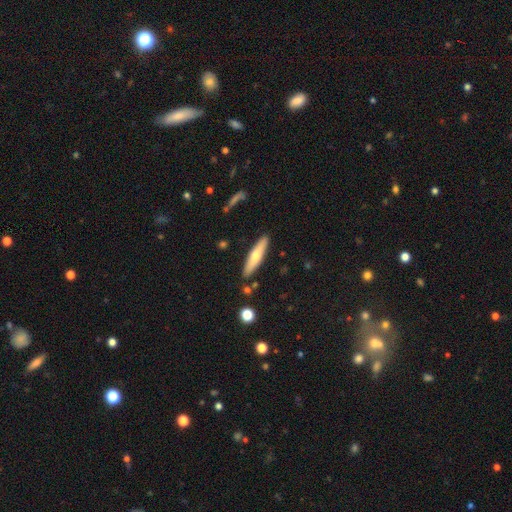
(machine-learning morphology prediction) Smooth or featured: smooth — 56% (featured or disk — 39%)
How rounded: cigar-shaped — 78% (in between — 20%)
Merging: none — 87% (minor disturbance — 9%)